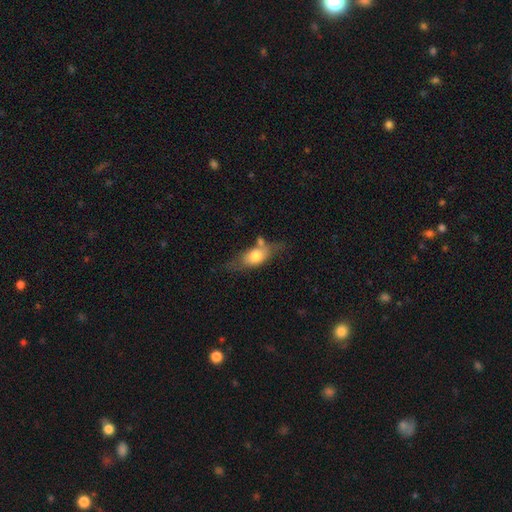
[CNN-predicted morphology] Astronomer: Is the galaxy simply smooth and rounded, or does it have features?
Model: smooth — 62%.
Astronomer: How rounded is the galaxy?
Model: in between — 75%.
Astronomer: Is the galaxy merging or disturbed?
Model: none — 47% (runner-up: minor disturbance, 24%).